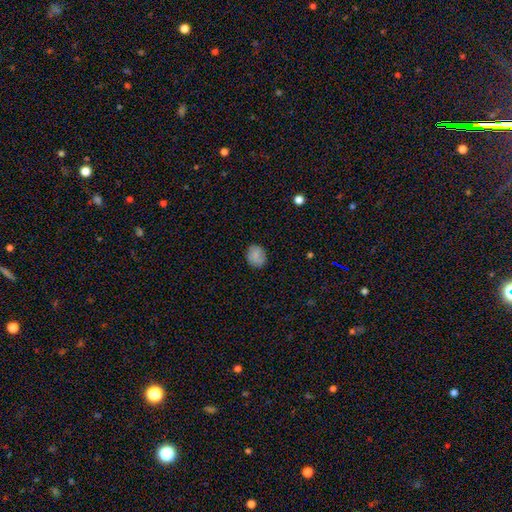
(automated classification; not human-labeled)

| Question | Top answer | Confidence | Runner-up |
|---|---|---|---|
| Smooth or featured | smooth | 81% | featured or disk (10%) |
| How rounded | round | 65% | in between (34%) |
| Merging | none | 84% | minor disturbance (12%) |